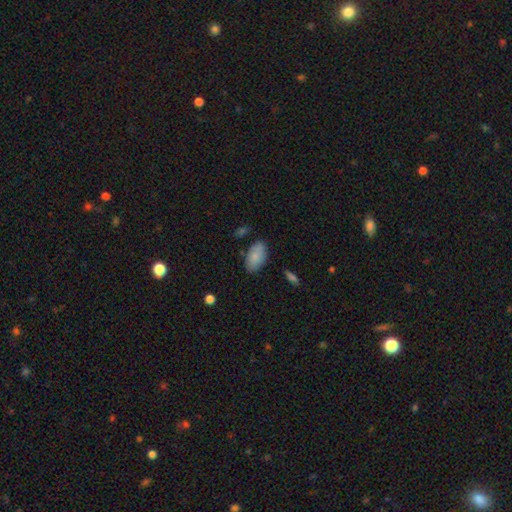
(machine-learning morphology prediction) Smooth or featured: smooth — 85% (featured or disk — 9%)
How rounded: in between — 94% (round — 4%)
Merging: none — 78% (minor disturbance — 16%)